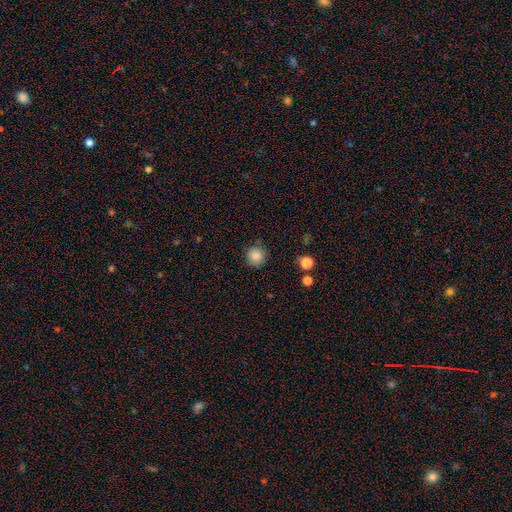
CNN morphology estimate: The model was most divided on "merging": none: 85%, minor disturbance: 10%, major disturbance: 3%, merger: 2%. More confident: how rounded — round (93%); smooth or featured — smooth (85%).